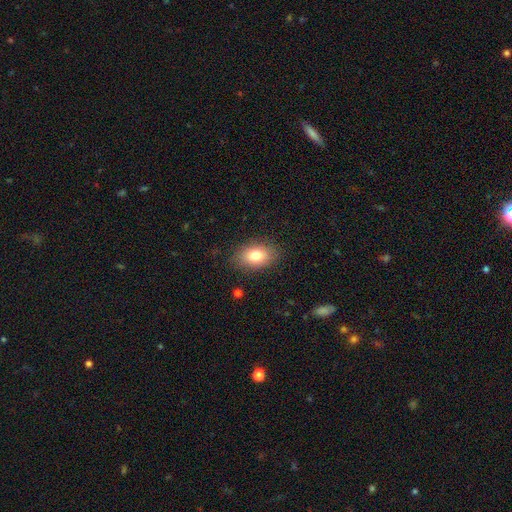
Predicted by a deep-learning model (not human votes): Overall: smooth (81%). How rounded: in between (87%). Merging: none (86%).